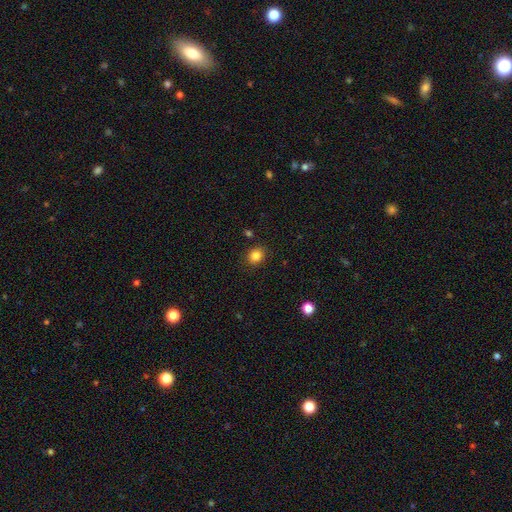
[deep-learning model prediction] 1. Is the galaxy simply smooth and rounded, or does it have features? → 84% smooth, 11% star or artifact, 5% featured or disk.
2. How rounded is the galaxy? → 63% round, 36% in between, 1% cigar-shaped.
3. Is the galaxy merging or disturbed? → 87% none, 9% minor disturbance, 2% major disturbance, 2% merger.